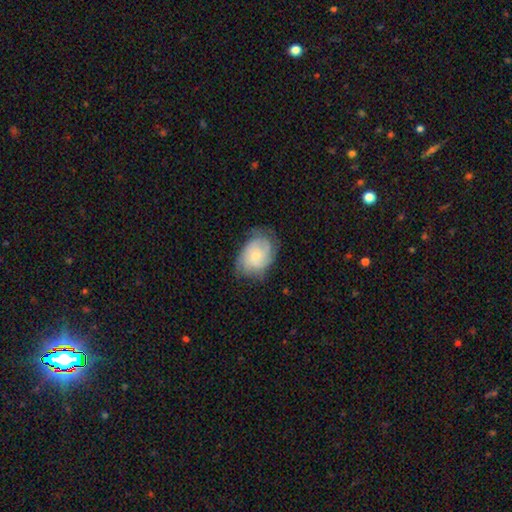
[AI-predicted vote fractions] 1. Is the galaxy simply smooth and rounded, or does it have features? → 59% featured or disk, 34% smooth, 7% star or artifact.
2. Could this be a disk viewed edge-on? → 97% no, 3% yes.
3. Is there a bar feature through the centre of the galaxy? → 78% no, 19% weak, 3% strong.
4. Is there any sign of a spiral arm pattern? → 84% yes, 16% no.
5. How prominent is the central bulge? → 57% small, 39% moderate, 2% large, 2% none, 1% dominant.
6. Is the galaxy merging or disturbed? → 64% none, 25% minor disturbance, 9% major disturbance, 1% merger.